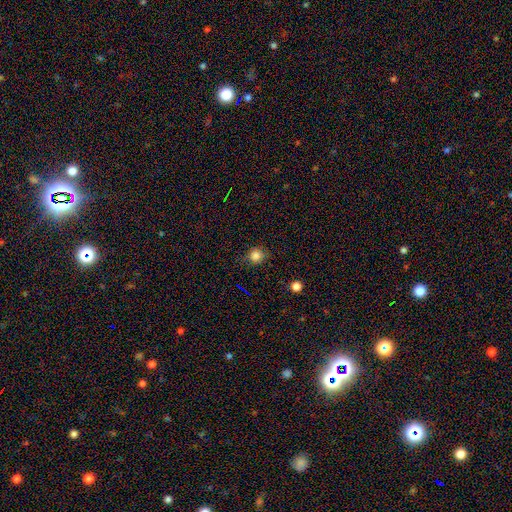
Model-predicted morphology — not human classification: Smooth or featured? Predicted: smooth (p=0.83). How rounded? Predicted: round (p=0.88). Merging? Predicted: none (p=0.83).